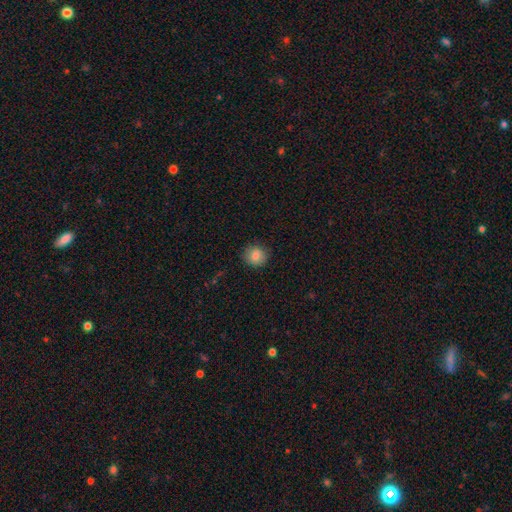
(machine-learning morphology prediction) The model was most divided on "how rounded": round: 86%, in between: 13%, cigar-shaped: 1%. More confident: merging — none (88%); smooth or featured — smooth (86%).